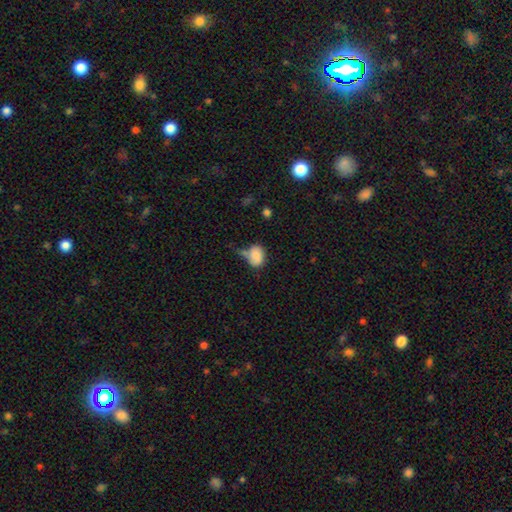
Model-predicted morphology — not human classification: smooth 80%, featured or disk 12%, star or artifact 9%. Down the decision tree: how rounded — in between (64%); merging — none (36%).